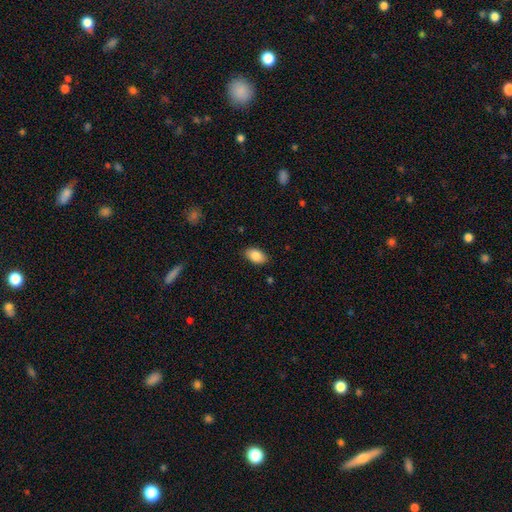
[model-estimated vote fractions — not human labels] Smooth or featured: smooth — 86% (star or artifact — 7%)
How rounded: in between — 92% (round — 6%)
Merging: none — 86% (minor disturbance — 11%)